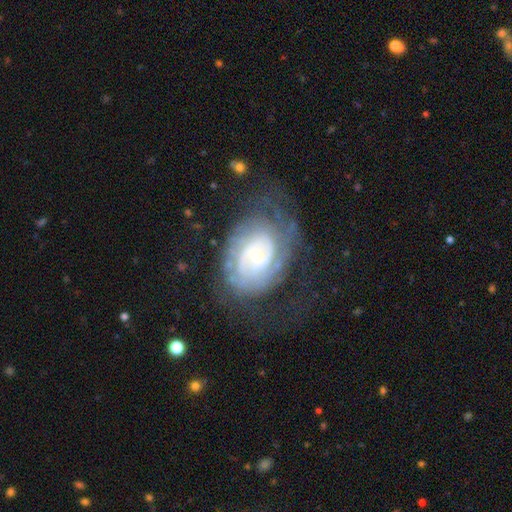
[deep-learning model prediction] A featured or disk galaxy (79%) with no bar (64%), tight (69%) spiral arms (90%) and a small central bulge (76%).

Vote fractions:
- Smooth or featured? featured or disk: 79% / smooth: 14% / star or artifact: 7%
- Edge-on disk? no: 97% / yes: 3%
- Bar? no: 64% / weak: 30% / strong: 6%
- Spiral arms? yes: 90% / no: 10%
- Spiral winding? tight: 69% / medium: 23% / loose: 8%
- Spiral arm count? can't tell: 44% / 2: 30% / 3: 10% / 1: 6% / 4: 6% / more than 4: 4%
- Bulge size? small: 76% / moderate: 16% / none: 4% / large: 3% / dominant: 1%
- Merging? none: 56% / minor disturbance: 22% / major disturbance: 20% / merger: 2%